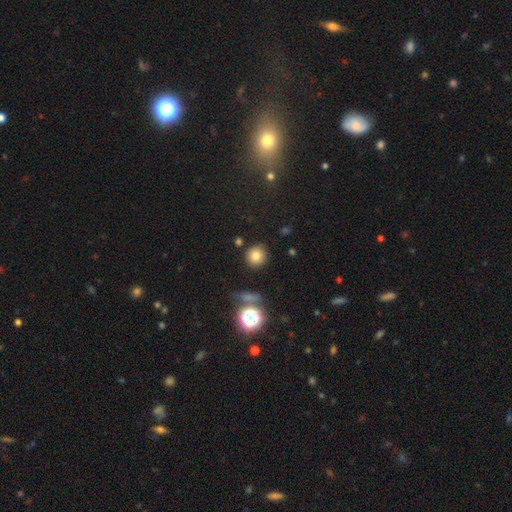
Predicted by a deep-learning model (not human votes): smooth-or-featured: smooth: 78% | star or artifact: 14% | featured or disk: 8%
  how-rounded: round: 91% | in between: 8% | cigar-shaped: 1%
  merging: none: 86% | minor disturbance: 8% | merger: 4% | major disturbance: 3%